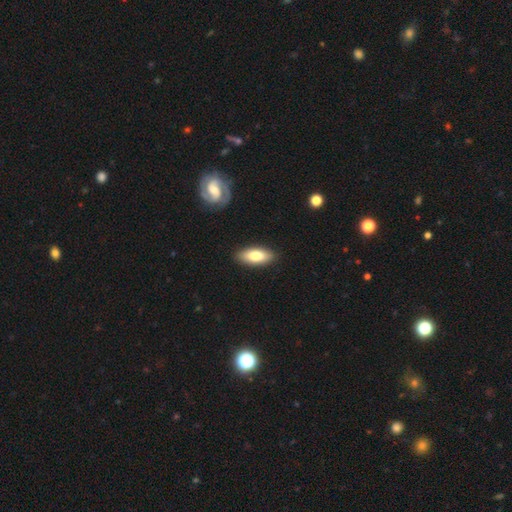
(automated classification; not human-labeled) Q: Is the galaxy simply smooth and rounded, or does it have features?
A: smooth — 77%.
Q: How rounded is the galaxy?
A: in between — 82%.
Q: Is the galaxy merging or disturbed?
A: none — 88%.